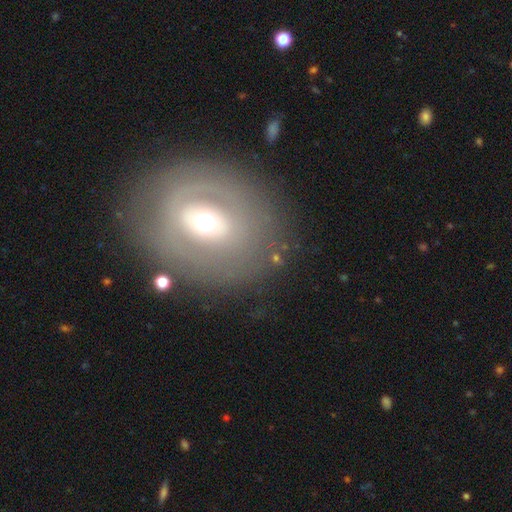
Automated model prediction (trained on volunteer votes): smooth_or_featured: featured or disk (p=0.64) [alt: smooth p=0.27]
disk_edge_on: no (p=0.93) [alt: yes p=0.07]
bar: weak (p=0.42) [alt: no p=0.31]
has_spiral_arms: no (p=0.58) [alt: yes p=0.42]
bulge_size: moderate (p=0.65) [alt: small p=0.25]
merging: none (p=0.81) [alt: minor disturbance p=0.12]